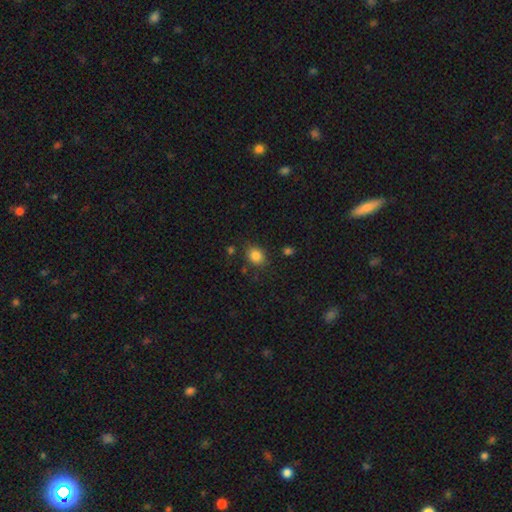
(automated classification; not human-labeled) Smooth or featured? smooth (84%)
How rounded? round (54%)
Merging? none (79%)